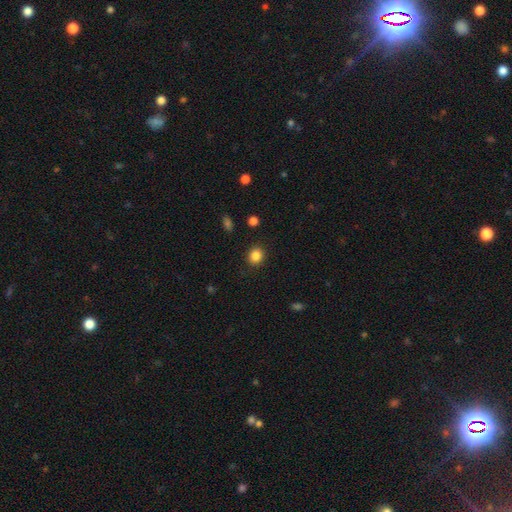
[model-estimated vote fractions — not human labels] Smooth or featured? smooth (85%)
How rounded? round (79%)
Merging? none (89%)